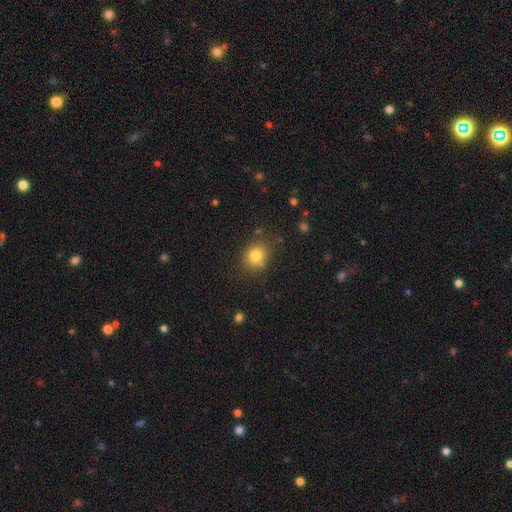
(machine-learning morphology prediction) Smooth or featured? smooth (80%)
How rounded? round (68%)
Merging? none (77%)